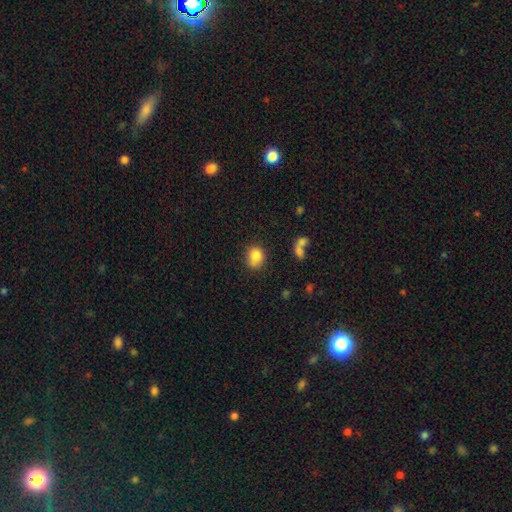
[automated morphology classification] Smooth or featured? smooth (82%)
How rounded? round (67%)
Merging? none (61%)